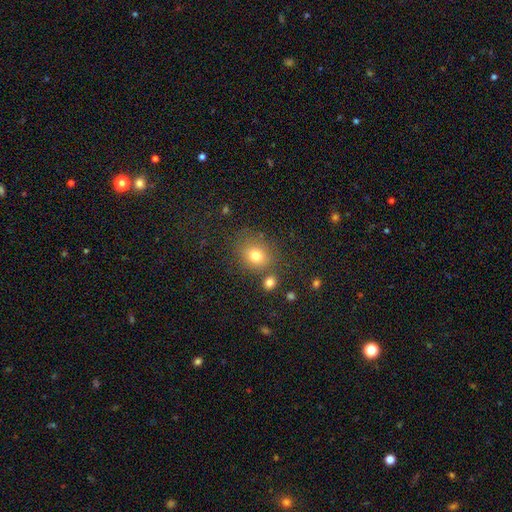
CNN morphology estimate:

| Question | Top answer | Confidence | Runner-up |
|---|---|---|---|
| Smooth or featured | smooth | 78% | star or artifact (13%) |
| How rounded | round | 66% | in between (33%) |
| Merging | none | 72% | minor disturbance (14%) |